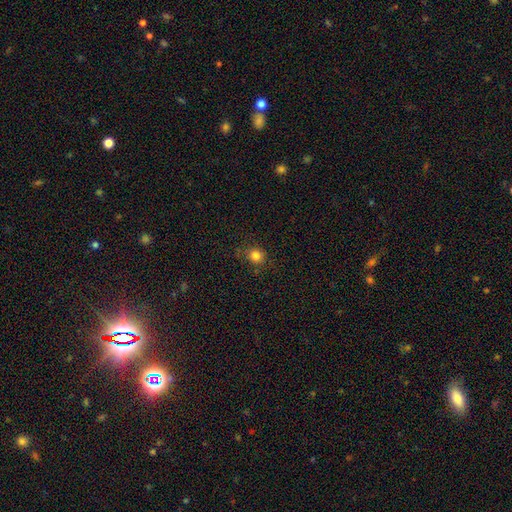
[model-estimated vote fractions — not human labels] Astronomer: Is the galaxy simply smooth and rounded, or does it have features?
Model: smooth — 82%.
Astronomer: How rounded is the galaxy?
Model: round — 85%.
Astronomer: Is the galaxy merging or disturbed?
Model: none — 84%.